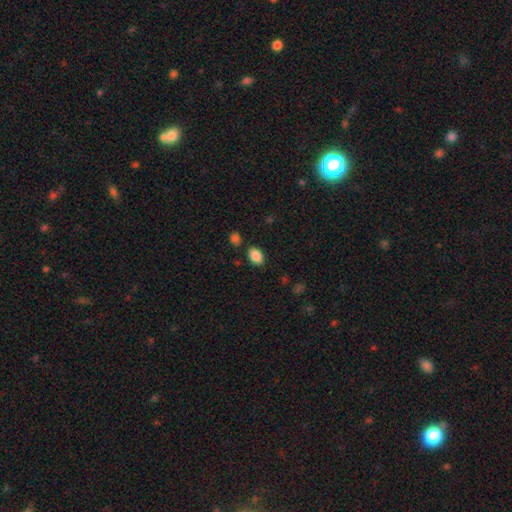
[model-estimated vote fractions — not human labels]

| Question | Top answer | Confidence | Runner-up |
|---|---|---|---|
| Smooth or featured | smooth | 87% | star or artifact (8%) |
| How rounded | in between | 85% | round (13%) |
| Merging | none | 83% | minor disturbance (10%) |